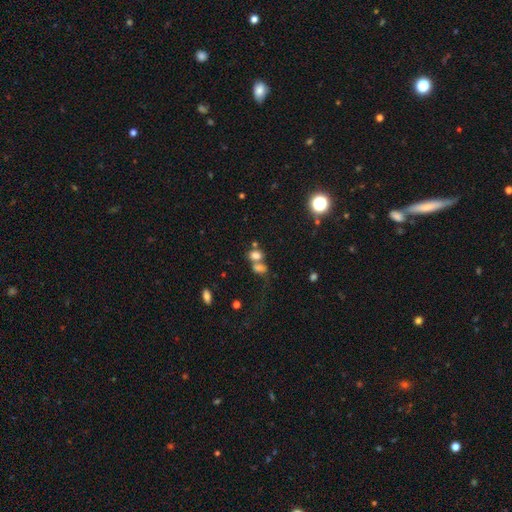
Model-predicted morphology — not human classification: smooth_or_featured: smooth (p=0.73) [alt: star or artifact p=0.16]
how_rounded: in between (p=0.70) [alt: round p=0.27]
merging: merger (p=0.58) [alt: none p=0.28]